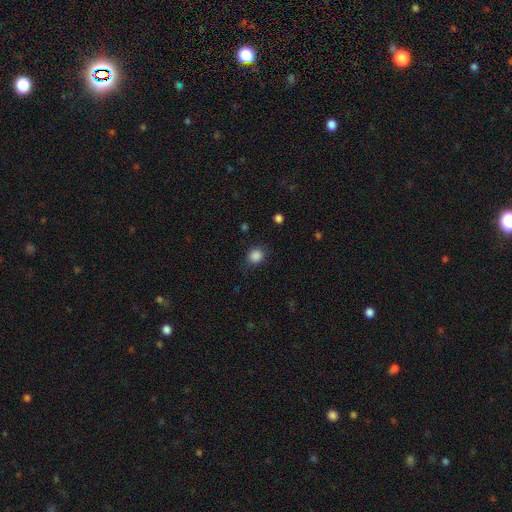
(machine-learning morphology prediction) type=smooth (87%); roundness=round (71%); merging=none (83%).